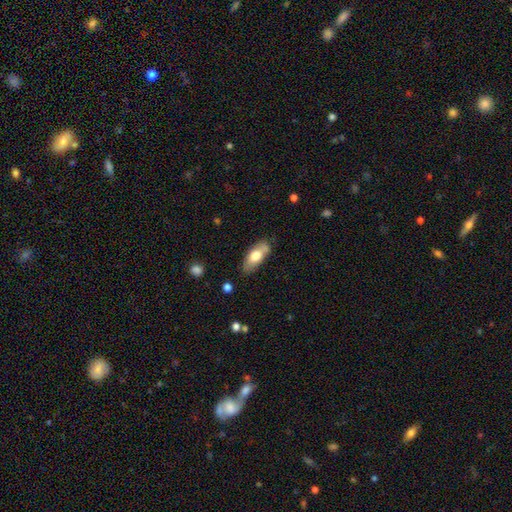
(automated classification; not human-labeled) smooth_or_featured: smooth (p=0.66) [alt: featured or disk p=0.28]
how_rounded: in between (p=0.83) [alt: cigar-shaped p=0.14]
merging: none (p=0.72) [alt: minor disturbance p=0.20]